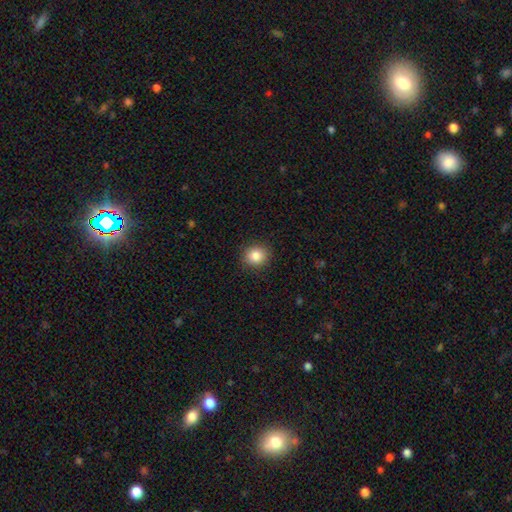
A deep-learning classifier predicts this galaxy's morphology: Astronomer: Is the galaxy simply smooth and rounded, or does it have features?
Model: smooth — 86%.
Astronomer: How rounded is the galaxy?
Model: round — 81%.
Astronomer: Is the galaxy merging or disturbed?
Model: none — 90%.